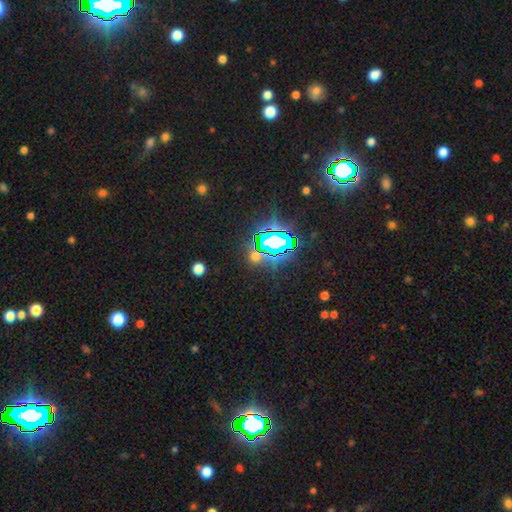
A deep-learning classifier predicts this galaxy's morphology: Smooth or featured? Predicted: star or artifact (p=0.66).